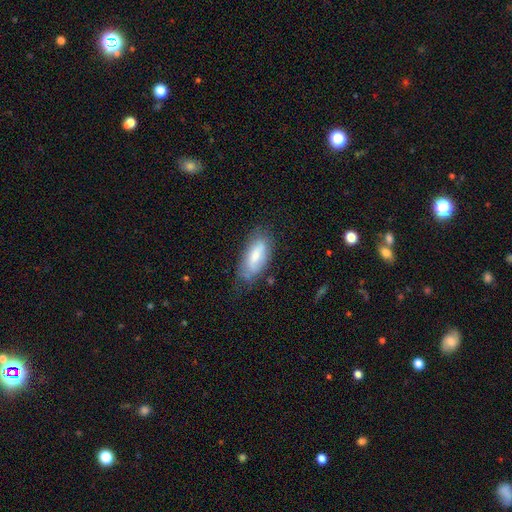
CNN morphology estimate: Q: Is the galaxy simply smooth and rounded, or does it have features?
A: smooth — 66%.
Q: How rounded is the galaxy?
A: in between — 85%.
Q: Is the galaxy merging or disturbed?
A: none — 61%.